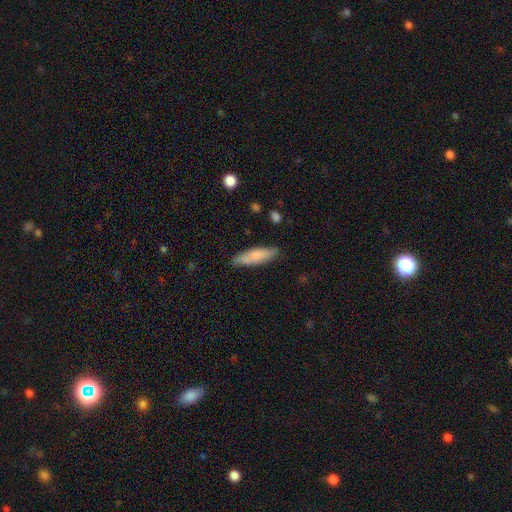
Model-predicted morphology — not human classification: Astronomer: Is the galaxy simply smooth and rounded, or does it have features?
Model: smooth — 78%.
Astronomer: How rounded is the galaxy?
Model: cigar-shaped — 64%.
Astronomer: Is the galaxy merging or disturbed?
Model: none — 81%.